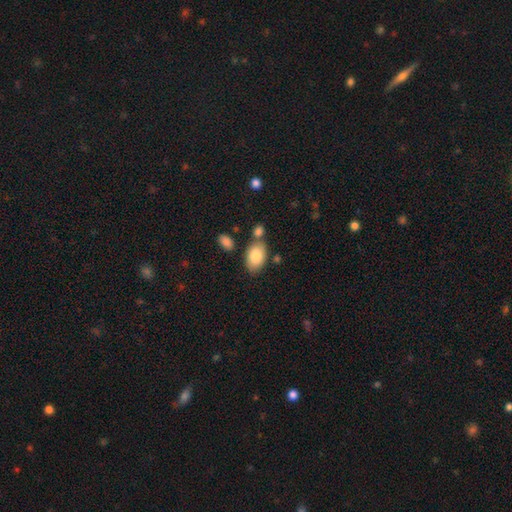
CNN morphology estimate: Overall: smooth (85%). How rounded: in between (91%). Merging: none (69%).